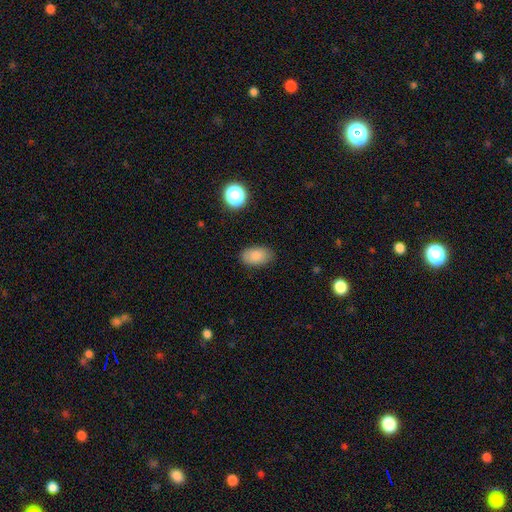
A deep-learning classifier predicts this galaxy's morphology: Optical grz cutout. It shows a smooth galaxy with no disk features (83%) that is in between round and cigar-shaped (92%). Merging: none (82%).